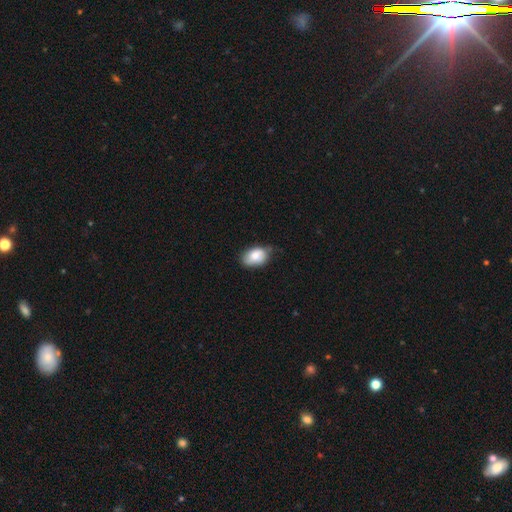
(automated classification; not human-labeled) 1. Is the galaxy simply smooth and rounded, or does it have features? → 77% smooth, 16% featured or disk, 7% star or artifact.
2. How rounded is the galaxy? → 88% in between, 11% round, 1% cigar-shaped.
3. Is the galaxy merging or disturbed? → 57% none, 35% minor disturbance, 6% major disturbance, 2% merger.